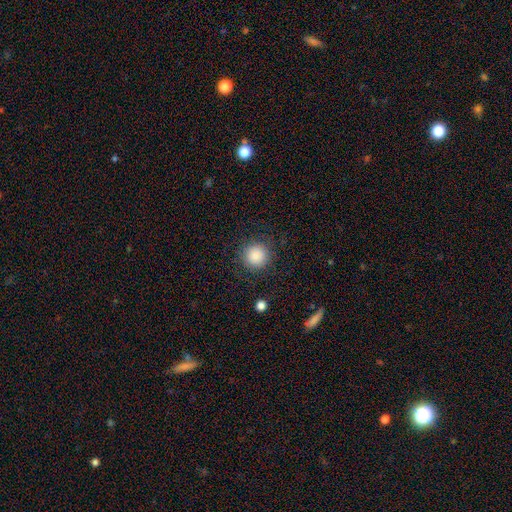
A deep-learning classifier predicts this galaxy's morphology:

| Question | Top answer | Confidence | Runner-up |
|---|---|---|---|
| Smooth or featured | smooth | 87% | star or artifact (9%) |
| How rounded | round | 95% | in between (4%) |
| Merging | none | 88% | minor disturbance (7%) |